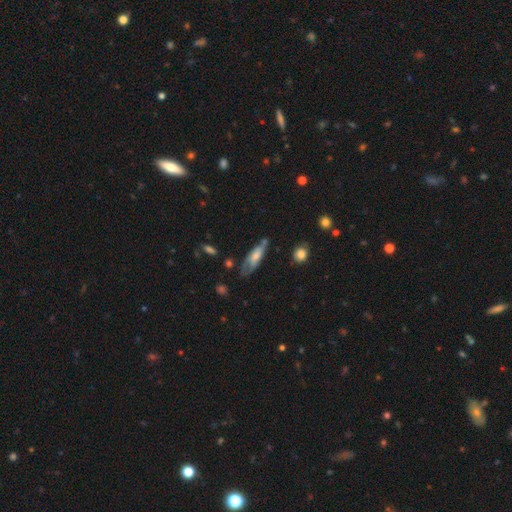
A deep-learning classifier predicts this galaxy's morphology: Smooth or featured?
  - smooth: 58% *
  - featured or disk: 35%
  - star or artifact: 7%
How rounded?
  - in between: 52% *
  - cigar-shaped: 46%
  - round: 2%
Merging?
  - none: 48% *
  - minor disturbance: 32%
  - major disturbance: 13%
  - merger: 7%